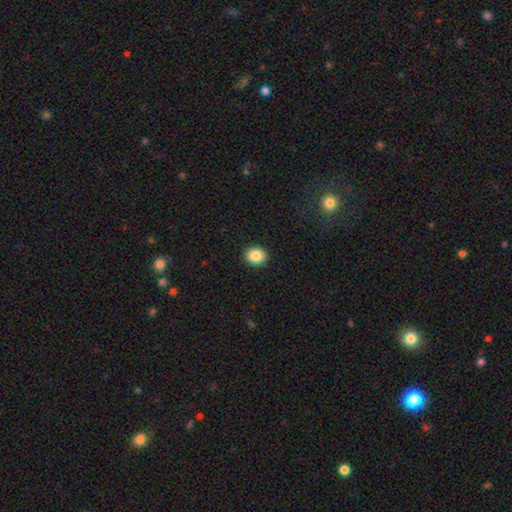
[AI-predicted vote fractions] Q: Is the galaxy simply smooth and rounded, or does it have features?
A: smooth — 87%.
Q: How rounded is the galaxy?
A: round — 68%.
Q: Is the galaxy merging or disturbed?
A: none — 92%.